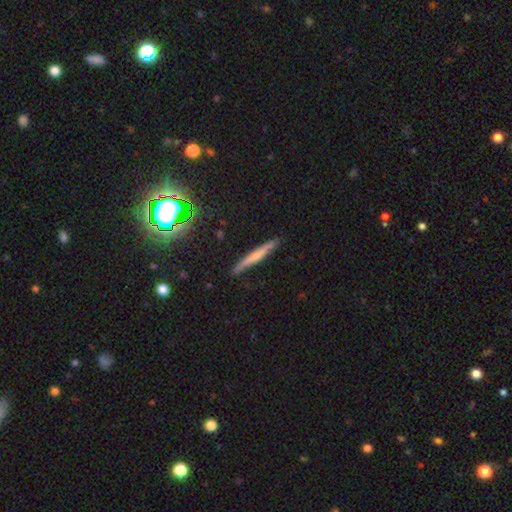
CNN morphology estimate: smooth 51%, featured or disk 39%, star or artifact 10%. Down the decision tree: how rounded — cigar-shaped (95%); merging — none (87%).